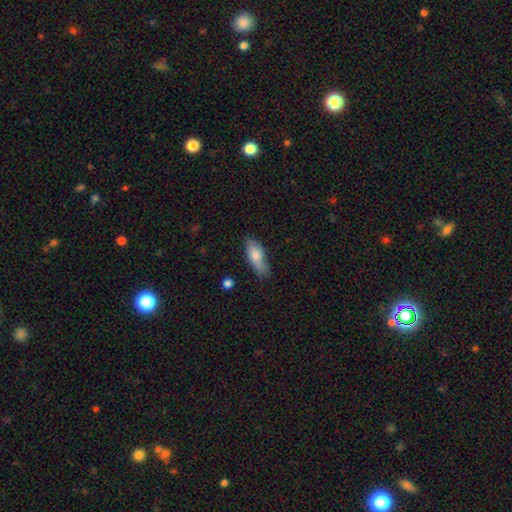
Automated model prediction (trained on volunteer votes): Smooth or featured? Predicted: smooth (p=0.79). How rounded? Predicted: in between (p=0.69). Merging? Predicted: none (p=0.68).